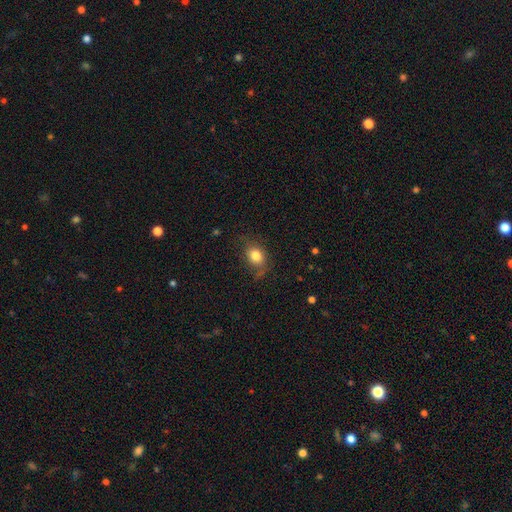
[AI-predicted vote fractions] A smooth galaxy with no disk features (80%) that is in between round and cigar-shaped (56%). Merging: none (68%).